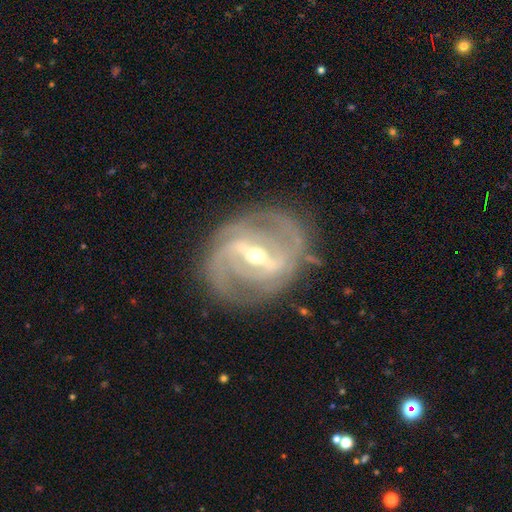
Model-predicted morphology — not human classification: This appears to be a featured or disk galaxy (90%) with a strong bar (72%), 2 (42%) tight (55%) spiral arms (95%) and a moderate central bulge (55%). Merging: none (78%).